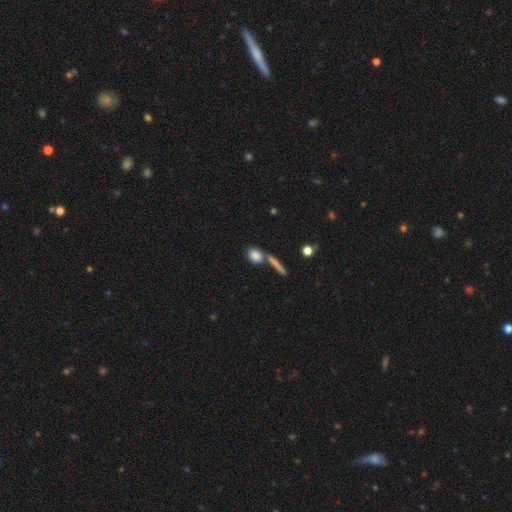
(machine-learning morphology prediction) A smooth galaxy with no disk features (81%) that is in between round and cigar-shaped (45%).

Vote fractions:
- Smooth or featured? smooth: 81% / featured or disk: 10% / star or artifact: 9%
- How rounded? in between: 45% / round: 43% / cigar-shaped: 12%
- Merging? none: 56% / merger: 27% / minor disturbance: 11% / major disturbance: 5%